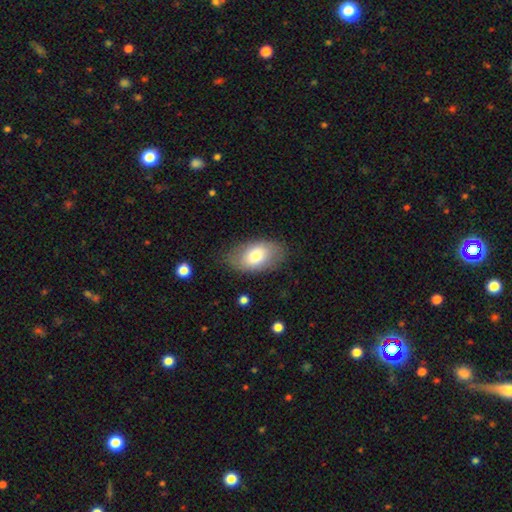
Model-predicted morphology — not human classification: A smooth galaxy with no disk features (73%) that is in between round and cigar-shaped (92%). Merging: none (74%).